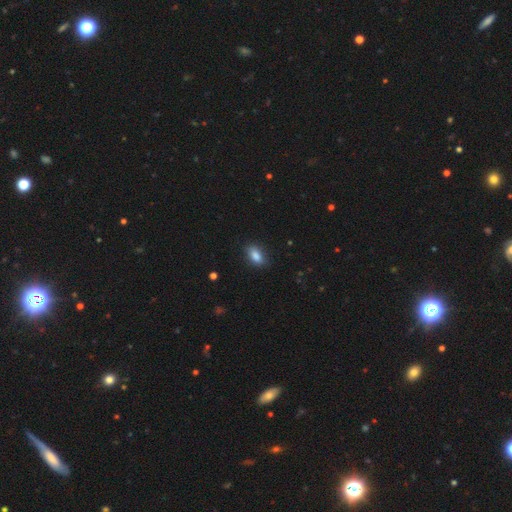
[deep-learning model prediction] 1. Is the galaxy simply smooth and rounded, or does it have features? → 87% smooth, 8% star or artifact, 5% featured or disk.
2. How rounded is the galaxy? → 89% in between, 6% round, 5% cigar-shaped.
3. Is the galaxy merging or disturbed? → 85% none, 12% minor disturbance, 3% major disturbance, 1% merger.